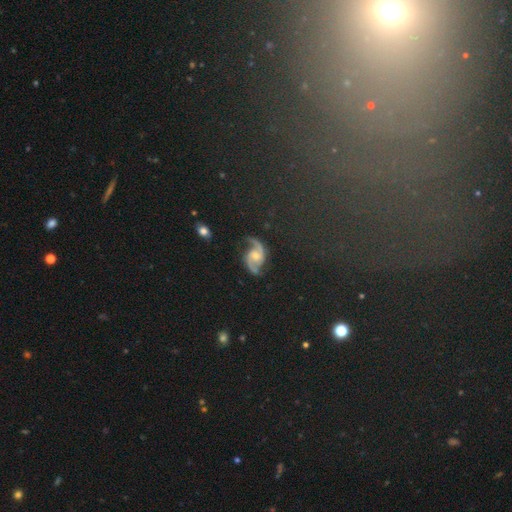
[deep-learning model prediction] Smooth or featured? featured or disk (89%)
Edge-on disk? no (98%)
Bar? no (58%)
Spiral arms? yes (98%)
Spiral winding? loose (44%, tied with medium)
Spiral arm count? 2 (94%)
Bulge size? moderate (48%)
Merging? none (74%)